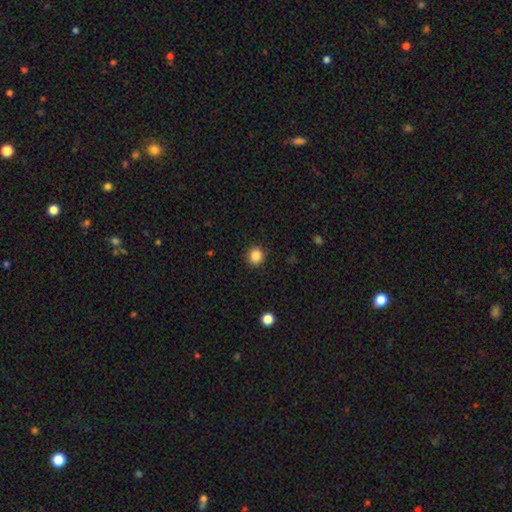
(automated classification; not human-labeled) Q: Smooth or featured?
A: smooth (85%); runner-up: star or artifact (11%)
Q: How rounded?
A: round (89%); runner-up: in between (10%)
Q: Merging?
A: none (91%); runner-up: minor disturbance (6%)